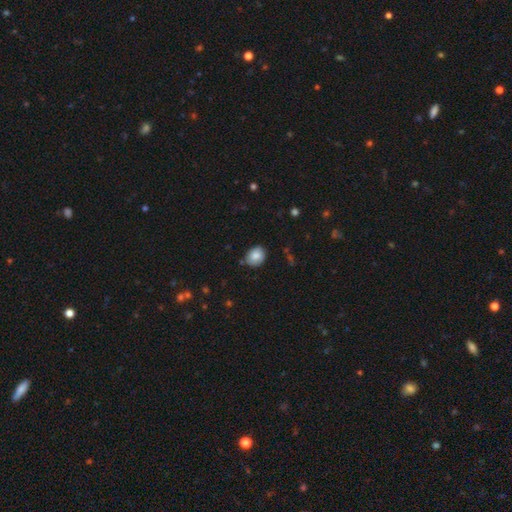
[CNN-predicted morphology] The model was most divided on "how rounded": round: 57%, in between: 43%, cigar-shaped: 1%. More confident: smooth or featured — smooth (82%); merging — none (75%).